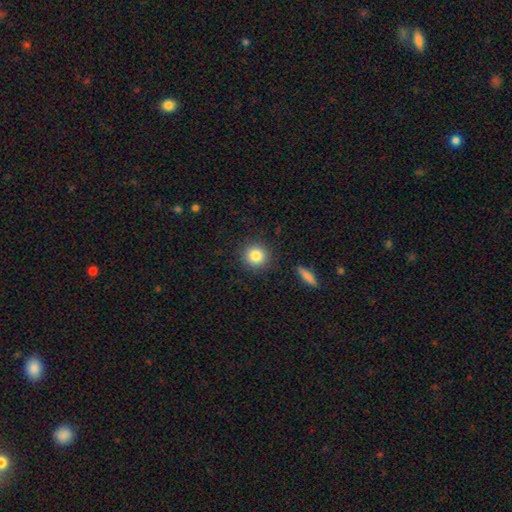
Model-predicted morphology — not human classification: smooth 84%, star or artifact 10%, featured or disk 7%. Down the decision tree: how rounded — round (92%); merging — none (89%).